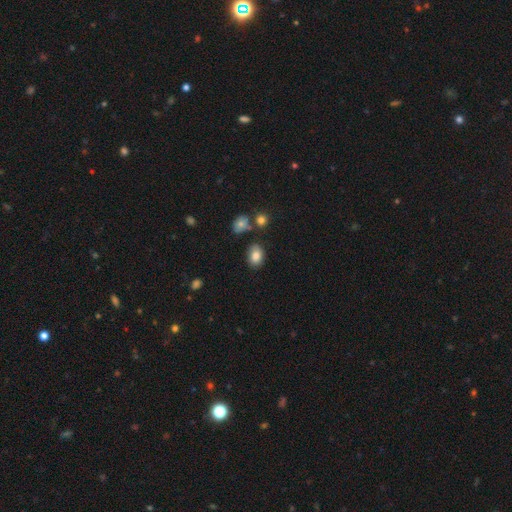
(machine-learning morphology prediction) Smooth or featured? Predicted: smooth (p=0.83). How rounded? Predicted: in between (p=0.76). Merging? Predicted: none (p=0.73).